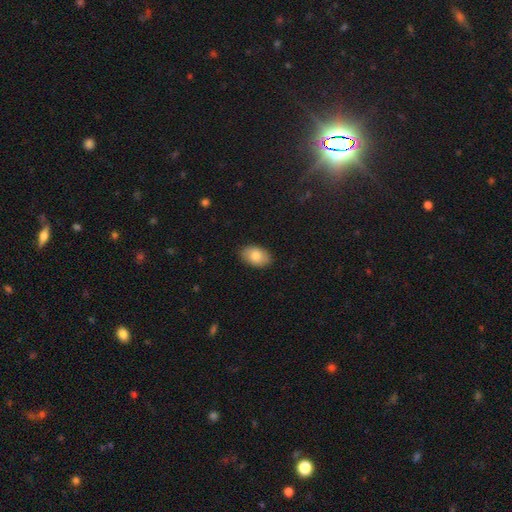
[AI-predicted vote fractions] smooth_or_featured: smooth (p=0.80) [alt: featured or disk p=0.13]
how_rounded: in between (p=0.88) [alt: round p=0.11]
merging: none (p=0.86) [alt: minor disturbance p=0.10]